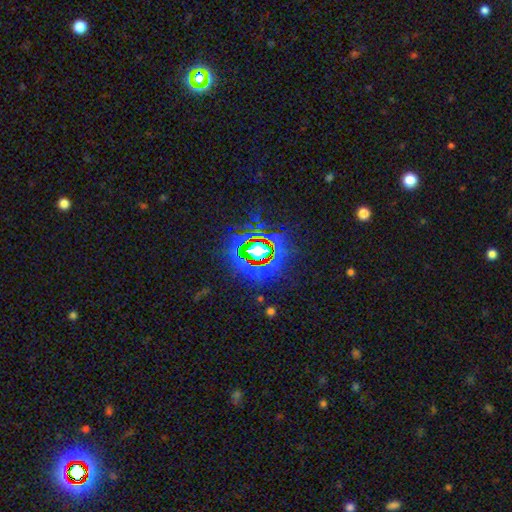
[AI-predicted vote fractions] The model was most divided on "smooth or featured": star or artifact: 83%, smooth: 9%, featured or disk: 8%.